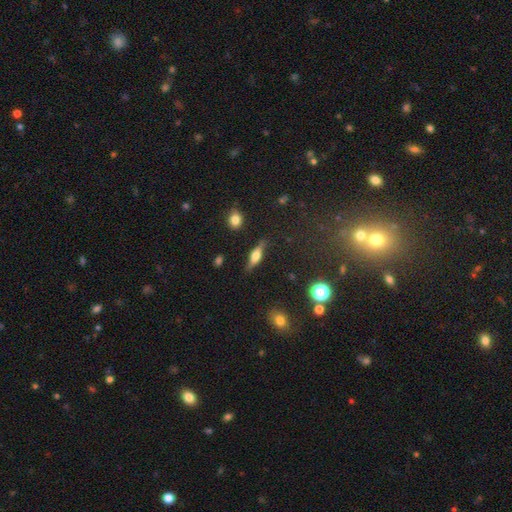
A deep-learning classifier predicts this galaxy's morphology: Smooth or featured? Predicted: featured or disk (p=0.52). Edge-on disk? Predicted: yes (p=0.92). Merging? Predicted: none (p=0.80).